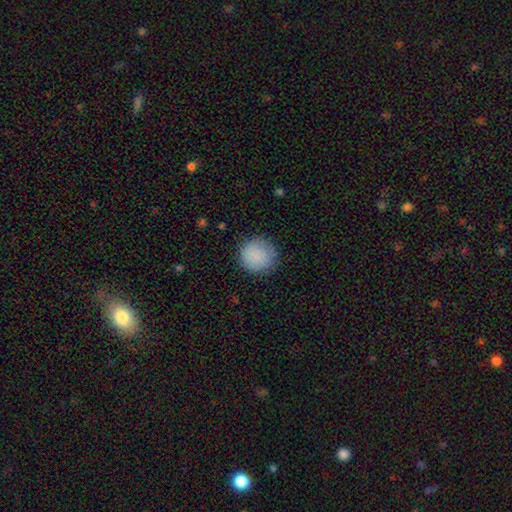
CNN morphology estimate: smooth_or_featured: smooth (p=0.88) [alt: star or artifact p=0.07]
how_rounded: round (p=0.94) [alt: in between p=0.05]
merging: none (p=0.86) [alt: minor disturbance p=0.10]